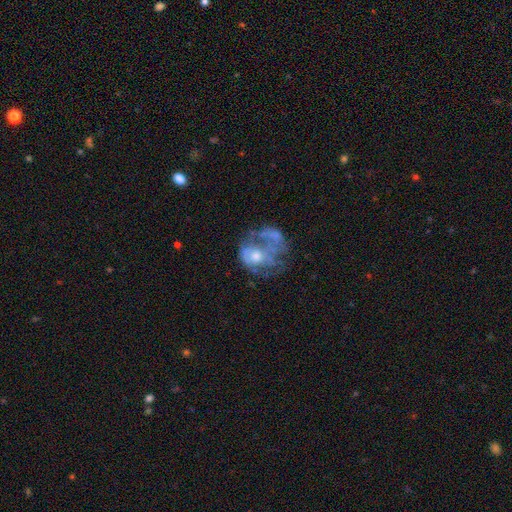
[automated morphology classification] Smooth or featured: featured or disk — 64% (smooth — 25%)
Edge-on disk: no — 98% (yes — 2%)
Bar: no — 86% (weak — 12%)
Spiral arms: no — 72% (yes — 28%)
Bulge size: moderate — 54% (small — 25%)
Merging: major disturbance — 40% (none — 27%)